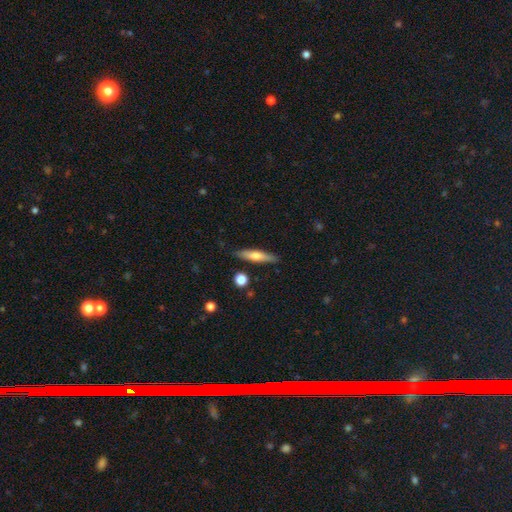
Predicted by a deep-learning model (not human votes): Q: Smooth or featured?
A: smooth (57%); runner-up: featured or disk (37%)
Q: How rounded?
A: cigar-shaped (83%); runner-up: in between (15%)
Q: Merging?
A: none (86%); runner-up: minor disturbance (10%)